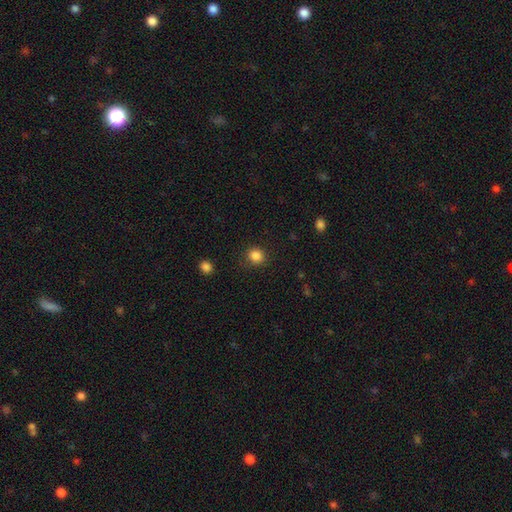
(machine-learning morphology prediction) type=smooth (85%); roundness=round (83%); merging=none (86%).